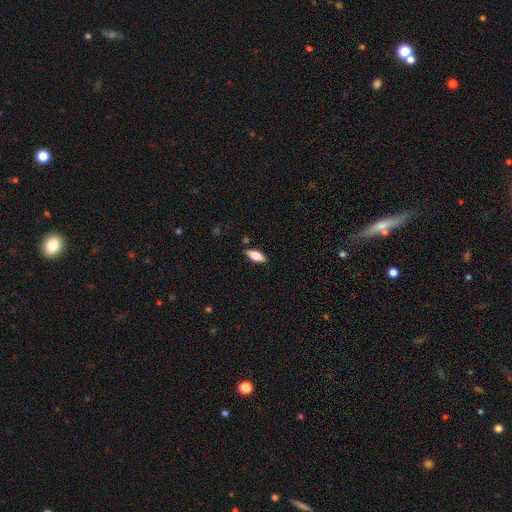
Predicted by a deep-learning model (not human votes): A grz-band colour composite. It shows a smooth galaxy with no disk features (71%) that is in between round and cigar-shaped (77%). Merging: none (84%).